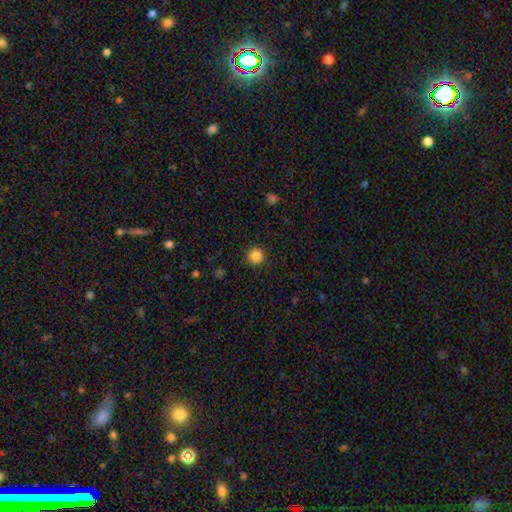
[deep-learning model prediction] Q: Smooth or featured?
A: smooth (85%); runner-up: star or artifact (11%)
Q: How rounded?
A: round (95%); runner-up: in between (4%)
Q: Merging?
A: none (92%); runner-up: minor disturbance (5%)